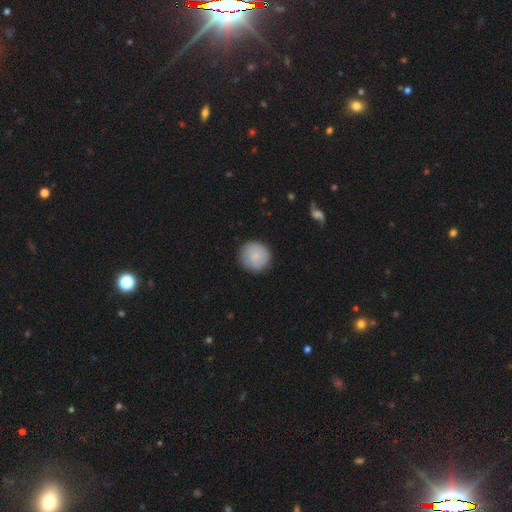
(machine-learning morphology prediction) smooth_or_featured: smooth (p=0.81) [alt: featured or disk p=0.13]
how_rounded: round (p=0.94) [alt: in between p=0.05]
merging: none (p=0.86) [alt: minor disturbance p=0.11]